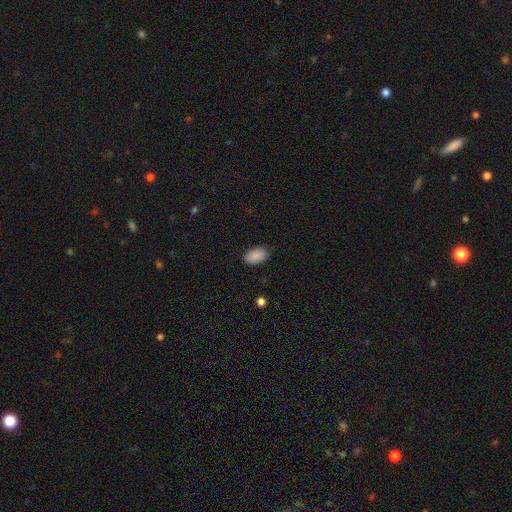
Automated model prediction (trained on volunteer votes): The model was most divided on "merging": none: 85%, minor disturbance: 12%, major disturbance: 3%, merger: 1%. More confident: how rounded — in between (94%); smooth or featured — smooth (89%).